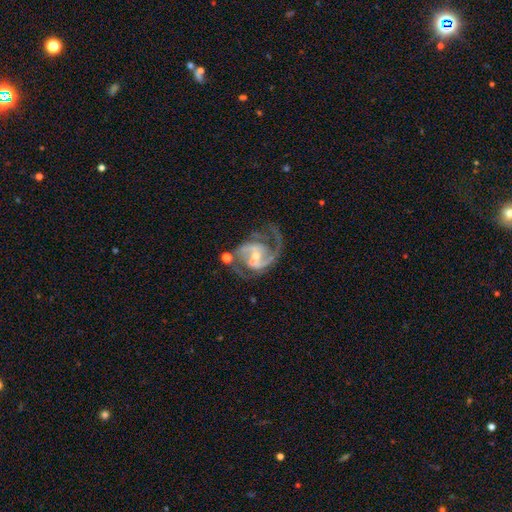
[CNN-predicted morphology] This appears to be a featured or disk galaxy (91%) with a weak bar (42%), 2 (88%) medium (61%) spiral arms (98%) and a small central bulge (59%). Merging: none (54%).